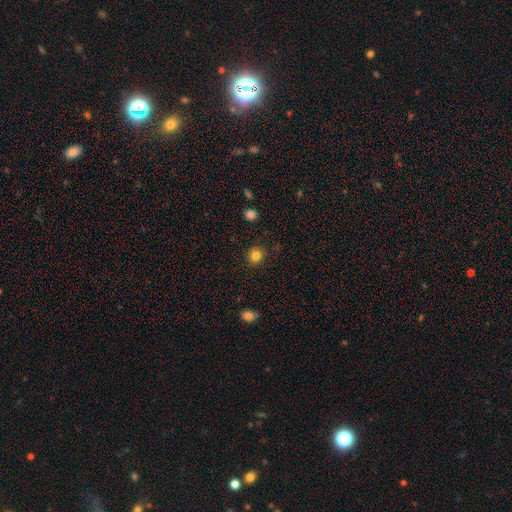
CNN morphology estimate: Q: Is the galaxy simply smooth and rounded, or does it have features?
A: smooth — 83%.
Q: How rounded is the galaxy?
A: round — 87%.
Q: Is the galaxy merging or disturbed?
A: none — 89%.